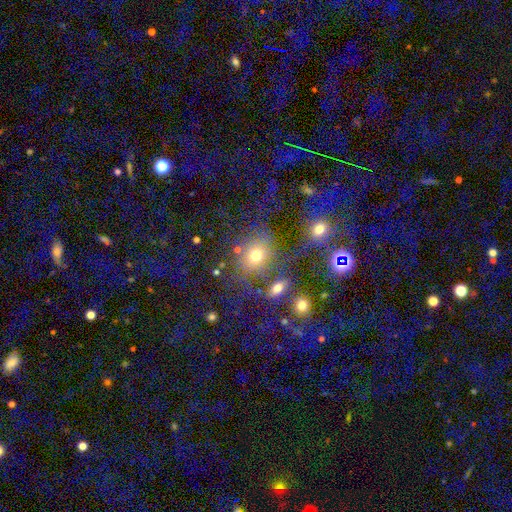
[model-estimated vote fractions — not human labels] Smooth or featured? smooth (66%)
How rounded? round (60%)
Merging? none (54%)